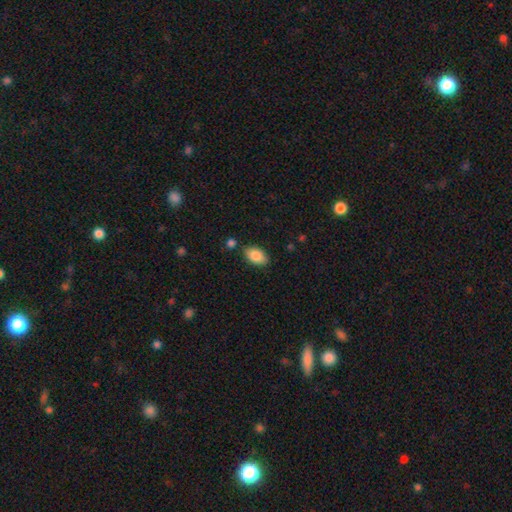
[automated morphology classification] Smooth or featured?
  - smooth: 86% *
  - featured or disk: 7%
  - star or artifact: 7%
How rounded?
  - in between: 93% *
  - round: 6%
  - cigar-shaped: 2%
Merging?
  - none: 81% *
  - minor disturbance: 12%
  - merger: 4%
  - major disturbance: 3%